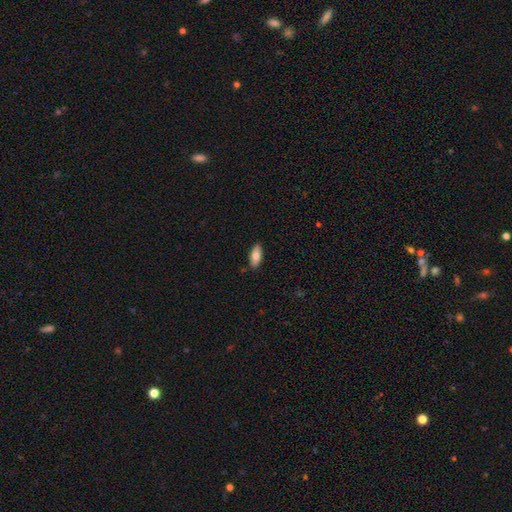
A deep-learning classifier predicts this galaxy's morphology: type=smooth (79%); roundness=in between (84%); merging=none (88%).